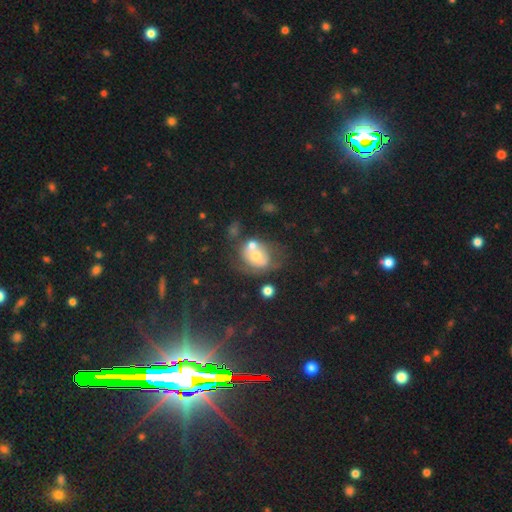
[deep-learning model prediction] Q: Smooth or featured?
A: smooth (48%); runner-up: featured or disk (37%)
Q: Merging?
A: merger (36%); runner-up: none (35%)